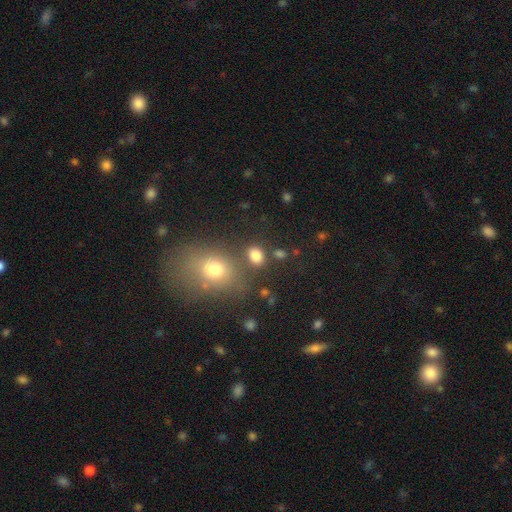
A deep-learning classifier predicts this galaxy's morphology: The model was most divided on "how rounded": in between: 57%, round: 42%, cigar-shaped: 1%. More confident: smooth or featured — smooth (81%); merging — none (72%).